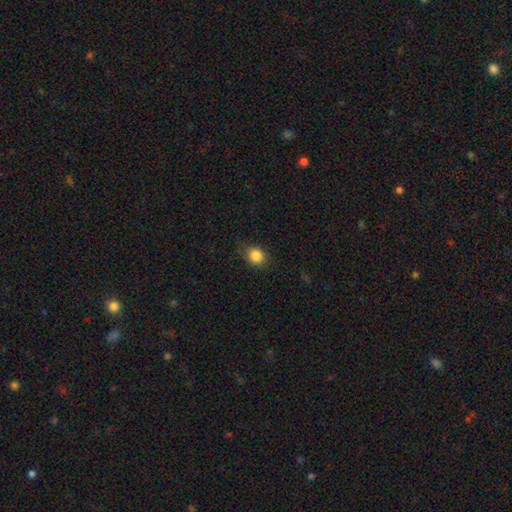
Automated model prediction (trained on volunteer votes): smooth_or_featured: smooth (p=0.85) [alt: star or artifact p=0.10]
how_rounded: round (p=0.67) [alt: in between p=0.32]
merging: none (p=0.81) [alt: minor disturbance p=0.15]